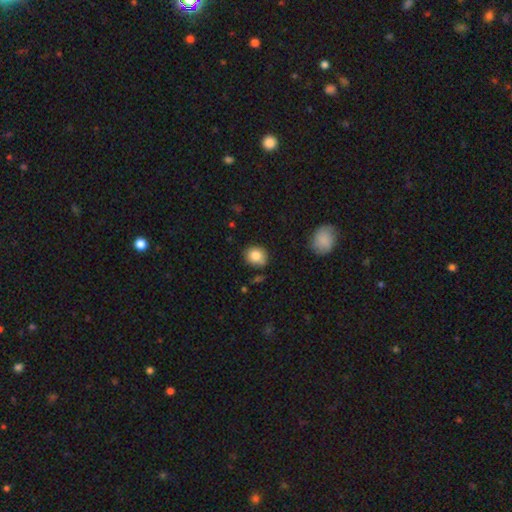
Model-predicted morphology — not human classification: Smooth or featured? Predicted: smooth (p=0.83). How rounded? Predicted: round (p=0.74). Merging? Predicted: none (p=0.79).